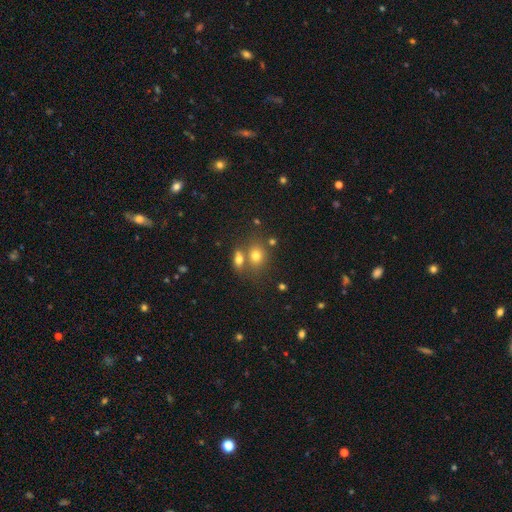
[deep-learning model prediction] smooth 74%, star or artifact 14%, featured or disk 12%. Down the decision tree: how rounded — round (52%); merging — none (49%).